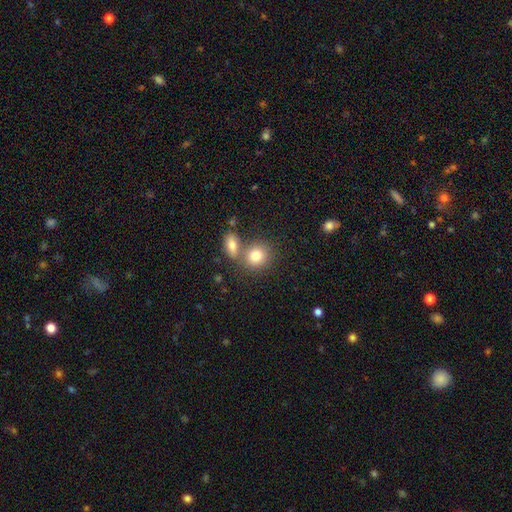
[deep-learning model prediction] Overall: smooth (82%). How rounded: round (71%). Merging: none (50%; merger 38%).